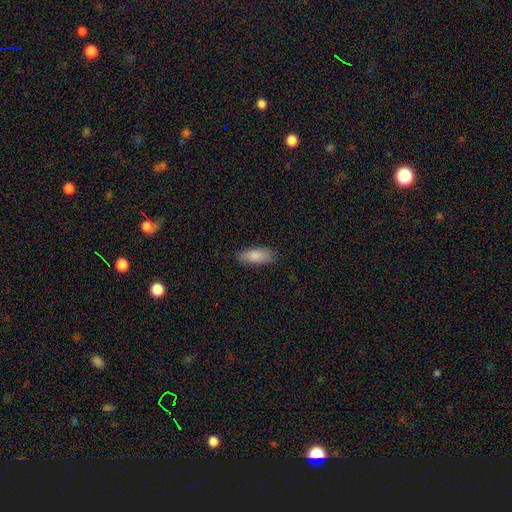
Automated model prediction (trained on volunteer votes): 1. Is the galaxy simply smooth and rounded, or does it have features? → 87% smooth, 7% featured or disk, 6% star or artifact.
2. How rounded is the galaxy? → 77% in between, 21% cigar-shaped, 2% round.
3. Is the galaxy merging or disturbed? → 86% none, 11% minor disturbance, 2% major disturbance, 1% merger.